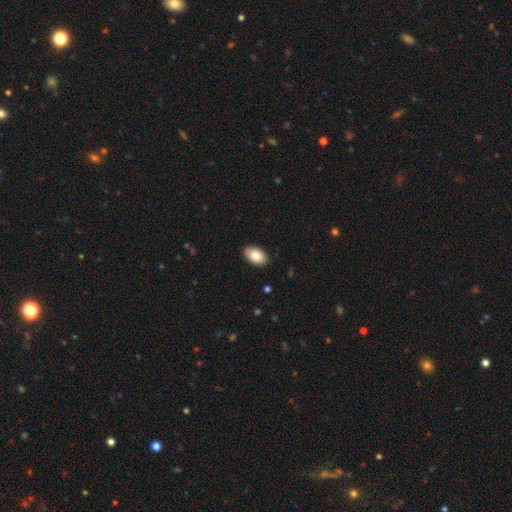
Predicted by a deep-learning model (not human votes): Smooth or featured? Predicted: smooth (p=0.83). How rounded? Predicted: in between (p=0.93). Merging? Predicted: none (p=0.89).